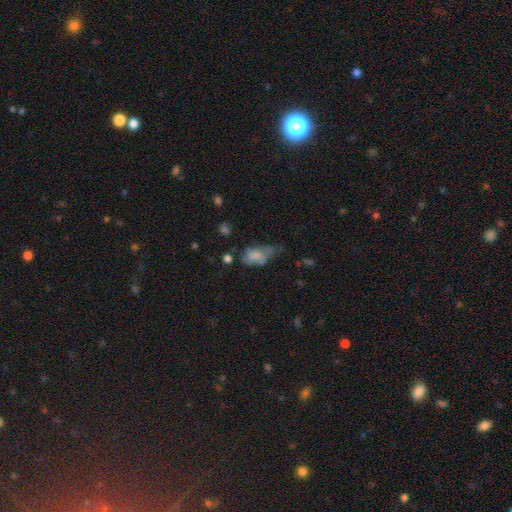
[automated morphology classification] smooth_or_featured: smooth (p=0.70) [alt: featured or disk p=0.20]
how_rounded: in between (p=0.88) [alt: round p=0.07]
merging: minor disturbance (p=0.37) [alt: none p=0.28]